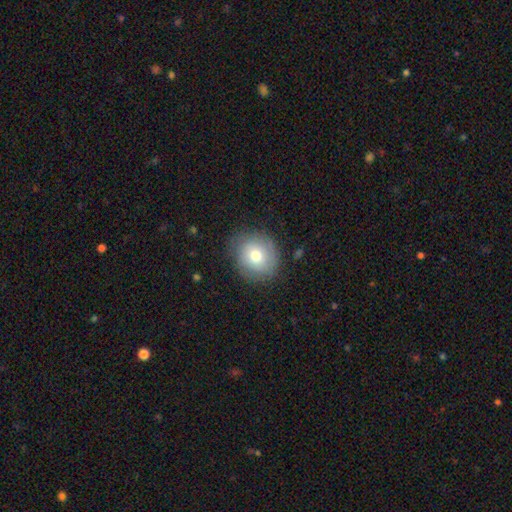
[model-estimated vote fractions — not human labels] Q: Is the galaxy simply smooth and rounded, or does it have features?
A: smooth — 73%.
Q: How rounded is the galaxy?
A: round — 82%.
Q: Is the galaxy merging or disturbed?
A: none — 80%.